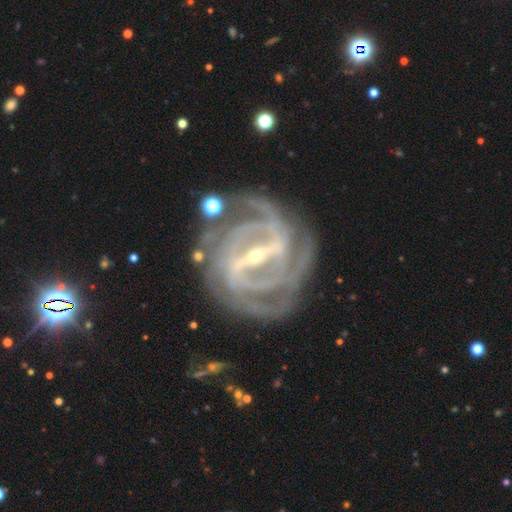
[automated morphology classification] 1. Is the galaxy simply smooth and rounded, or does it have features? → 93% featured or disk, 4% star or artifact, 3% smooth.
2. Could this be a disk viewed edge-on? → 96% no, 4% yes.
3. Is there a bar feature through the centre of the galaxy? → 84% strong, 13% weak, 4% no.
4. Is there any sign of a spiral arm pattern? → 97% yes, 3% no.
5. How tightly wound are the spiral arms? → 68% tight, 27% medium, 5% loose.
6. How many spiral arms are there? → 25% 2, 23% 3, 22% 4, 16% can't tell, 7% more than 4, 6% 1.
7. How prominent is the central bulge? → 71% small, 25% moderate, 2% large, 1% none, 1% dominant.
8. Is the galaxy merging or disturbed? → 76% none, 14% minor disturbance, 7% major disturbance, 3% merger.